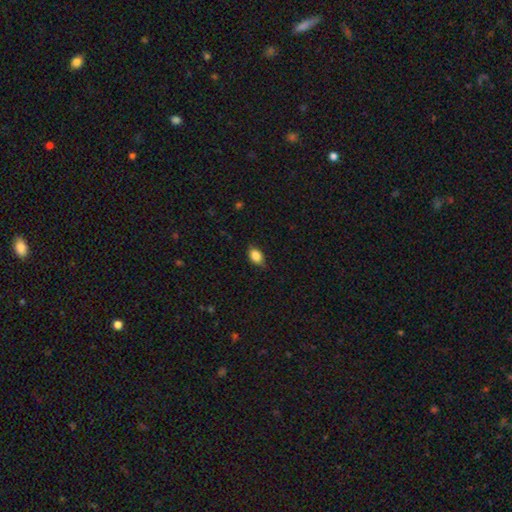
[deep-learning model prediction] A smooth galaxy with no disk features (85%) that is in between round and cigar-shaped (84%). Merging: none (78%).